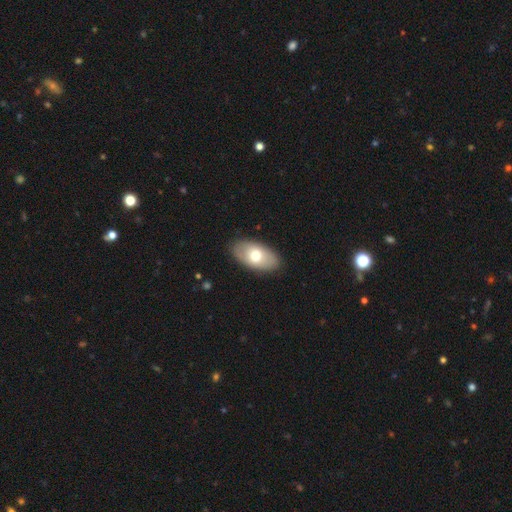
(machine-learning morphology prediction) smooth-or-featured: smooth: 69% | featured or disk: 25% | star or artifact: 6%
  how-rounded: in between: 93% | round: 4% | cigar-shaped: 2%
  merging: none: 87% | minor disturbance: 10% | major disturbance: 2% | merger: 1%